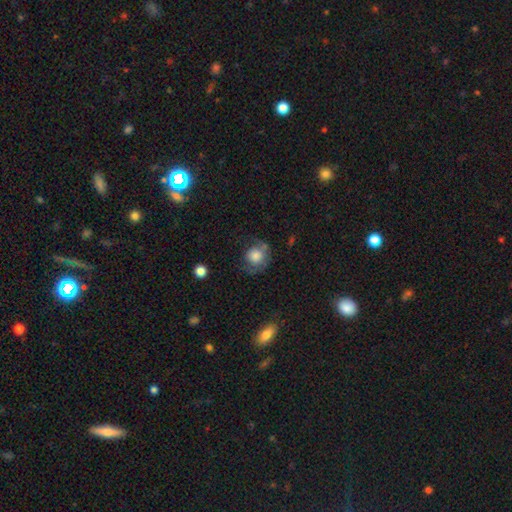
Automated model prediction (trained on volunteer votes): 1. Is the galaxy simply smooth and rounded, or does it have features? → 69% smooth, 23% featured or disk, 8% star or artifact.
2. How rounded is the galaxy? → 81% round, 18% in between, 1% cigar-shaped.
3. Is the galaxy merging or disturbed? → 49% none, 27% minor disturbance, 19% major disturbance, 5% merger.